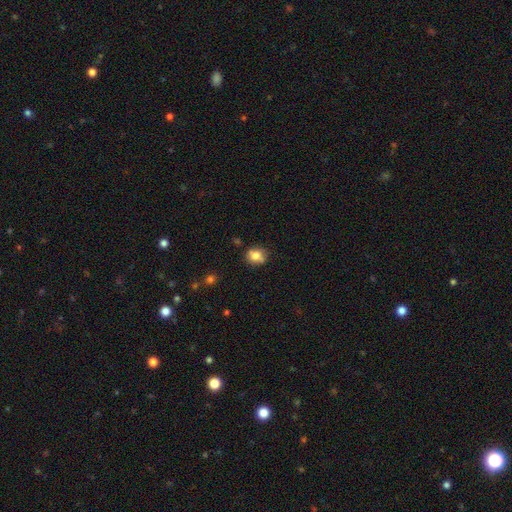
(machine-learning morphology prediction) This is likely a smooth galaxy (74%). How rounded: likely round (65%). Merging: likely none (67%).